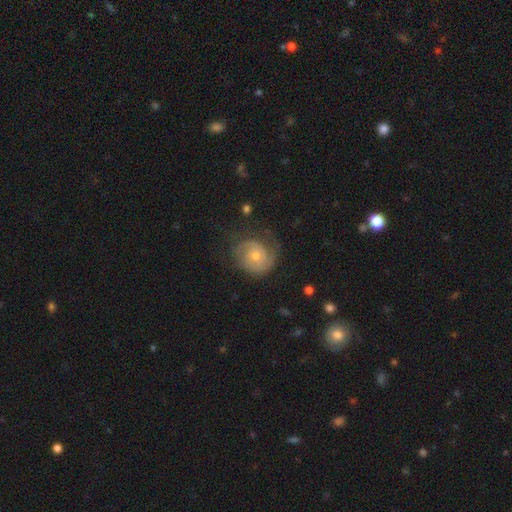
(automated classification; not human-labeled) Overall: featured or disk (73%). Edge-on disk: no (98%). Bar: no (77%). Spiral arms: yes (91%). Spiral arm count: 2 (52%; can't tell 20%). Spiral winding: tight (58%; medium 31%). Bulge size: small (48%; moderate 47%). Merging: none (66%).